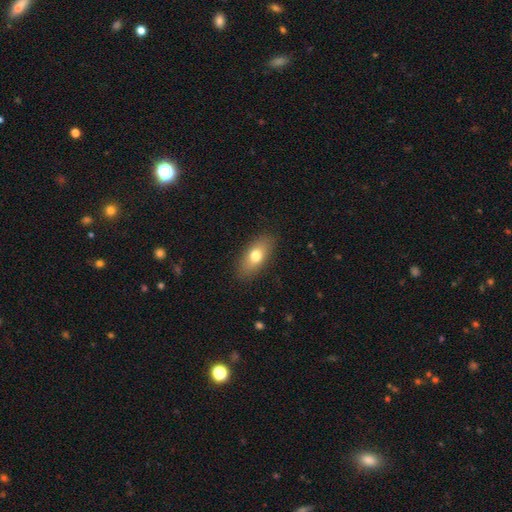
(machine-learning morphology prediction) type=smooth (72%); roundness=in between (81%); merging=none (87%).